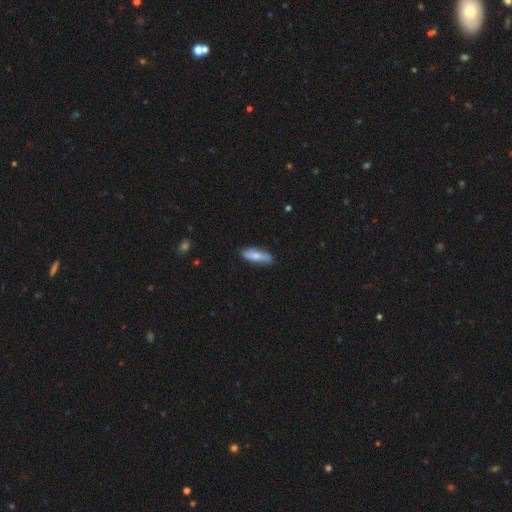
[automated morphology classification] This appears to be a smooth galaxy with no disk features (63%) that is cigar-shaped (55%). Merging: none (79%).